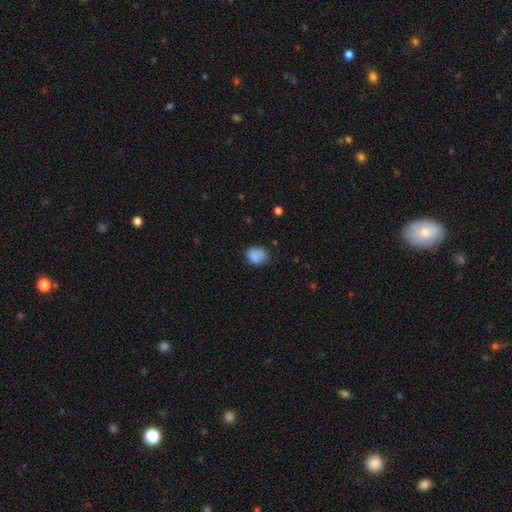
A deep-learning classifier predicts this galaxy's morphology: smooth_or_featured: smooth (p=0.85) [alt: star or artifact p=0.09]
how_rounded: round (p=0.53) [alt: in between p=0.46]
merging: none (p=0.68) [alt: minor disturbance p=0.25]